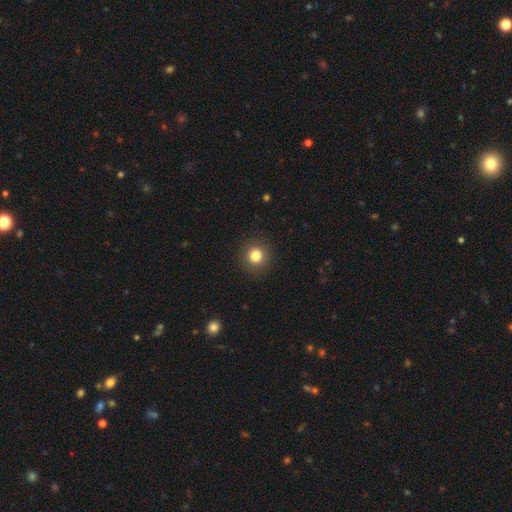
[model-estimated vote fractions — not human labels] smooth 82%, star or artifact 11%, featured or disk 6%. Down the decision tree: how rounded — round (93%); merging — none (91%).